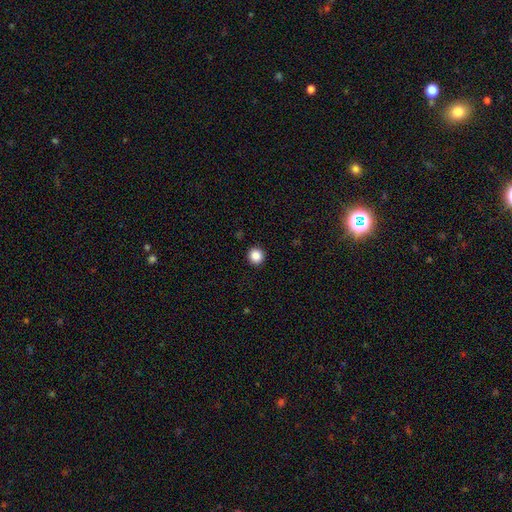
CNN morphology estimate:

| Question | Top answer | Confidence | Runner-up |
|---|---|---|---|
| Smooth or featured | smooth | 87% | star or artifact (10%) |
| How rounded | round | 93% | in between (6%) |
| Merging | none | 93% | minor disturbance (5%) |